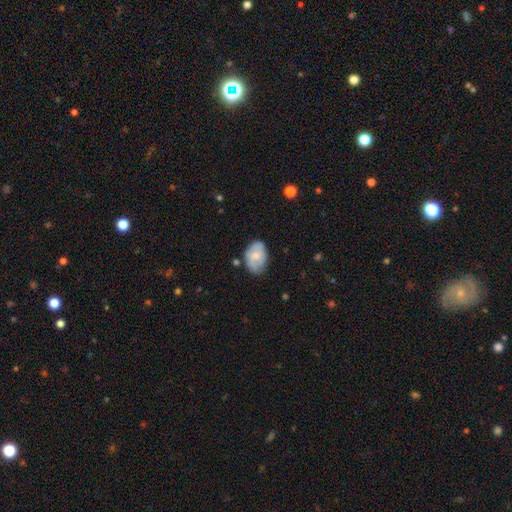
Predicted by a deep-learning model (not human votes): Q: Smooth or featured?
A: smooth (64%); runner-up: featured or disk (29%)
Q: How rounded?
A: in between (85%); runner-up: round (13%)
Q: Merging?
A: none (65%); runner-up: minor disturbance (26%)